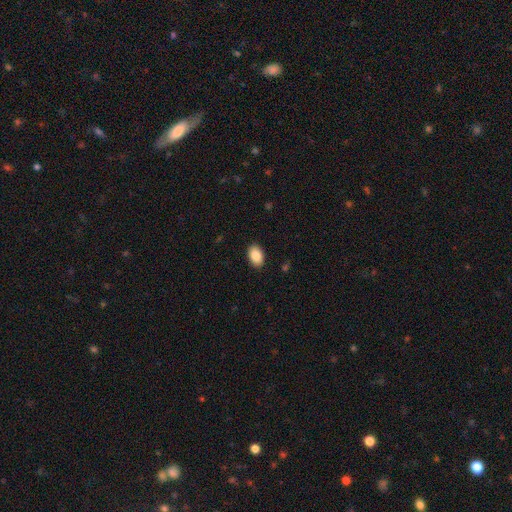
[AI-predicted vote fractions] Smooth or featured? smooth (88%)
How rounded? in between (88%)
Merging? none (89%)